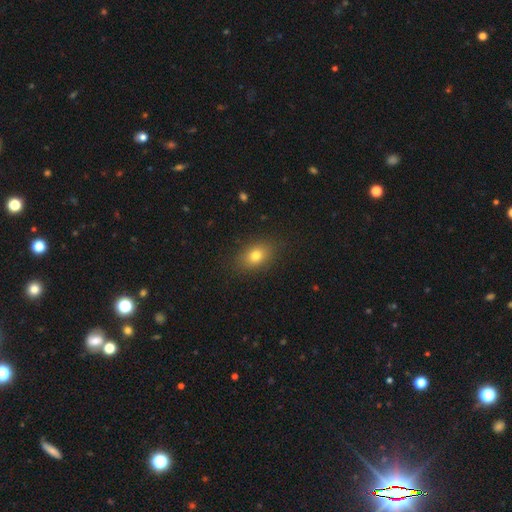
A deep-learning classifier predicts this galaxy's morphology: This appears to be a smooth galaxy with no disk features (78%) that is in between round and cigar-shaped (74%). Merging: none (86%).